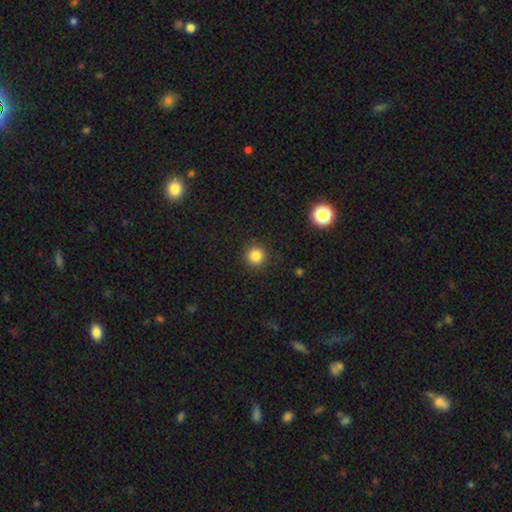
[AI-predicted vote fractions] This is clearly a smooth galaxy (84%). How rounded: clearly round (95%). Merging: clearly none (91%).